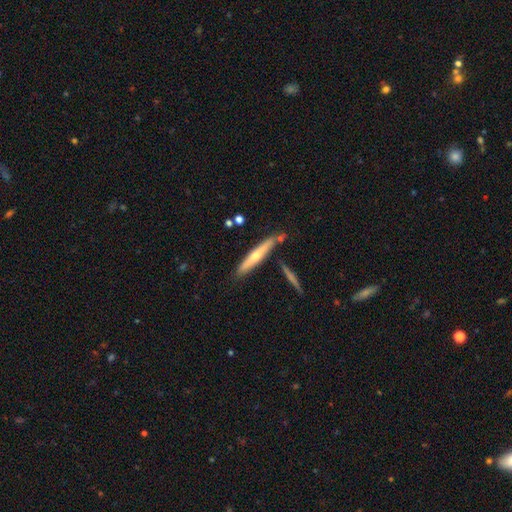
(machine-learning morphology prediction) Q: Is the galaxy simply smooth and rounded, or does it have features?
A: featured or disk — 49%.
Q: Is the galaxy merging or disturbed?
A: none — 81%.